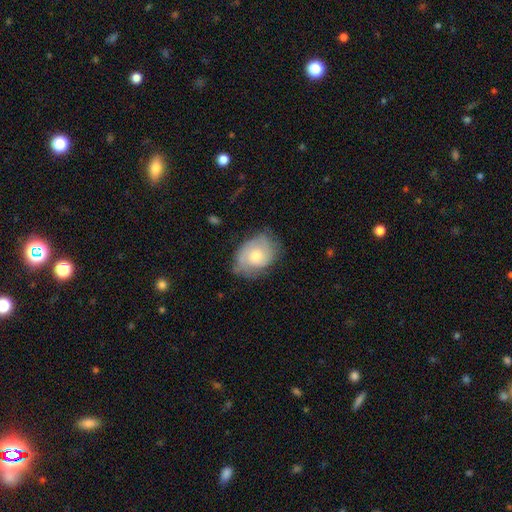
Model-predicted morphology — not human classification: Overall: featured or disk (54%; smooth 39%). Edge-on disk: no (96%). Bar: no (77%). Spiral arms: yes (80%). Bulge size: moderate (59%; small 33%). Merging: none (61%; minor disturbance 28%).